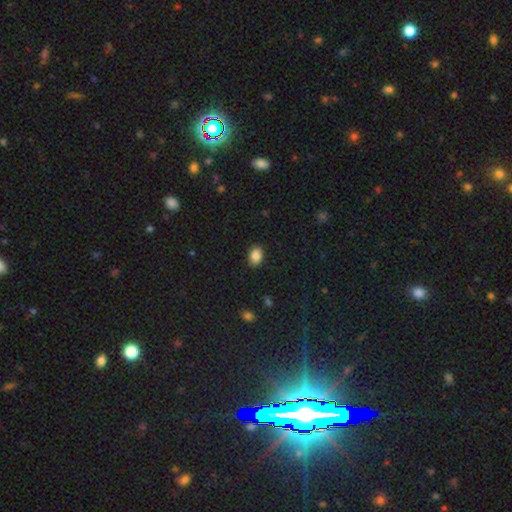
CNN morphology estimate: Q: Smooth or featured?
A: smooth (87%); runner-up: star or artifact (9%)
Q: How rounded?
A: in between (77%); runner-up: round (22%)
Q: Merging?
A: none (88%); runner-up: minor disturbance (9%)